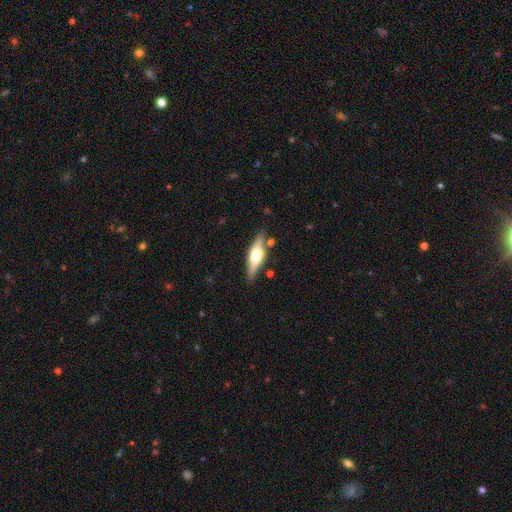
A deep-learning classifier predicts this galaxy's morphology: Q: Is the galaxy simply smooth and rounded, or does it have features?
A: featured or disk — 65%.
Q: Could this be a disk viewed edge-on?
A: yes — 94%.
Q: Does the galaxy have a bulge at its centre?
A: rounded — 89%.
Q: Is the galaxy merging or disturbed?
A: none — 79%.